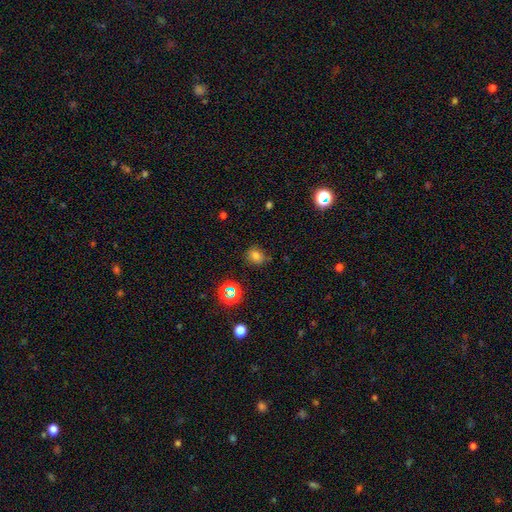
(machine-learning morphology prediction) Smooth or featured?
  - smooth: 72% *
  - star or artifact: 21%
  - featured or disk: 8%
How rounded?
  - round: 68% *
  - in between: 31%
  - cigar-shaped: 1%
Merging?
  - none: 80% *
  - minor disturbance: 14%
  - major disturbance: 4%
  - merger: 3%